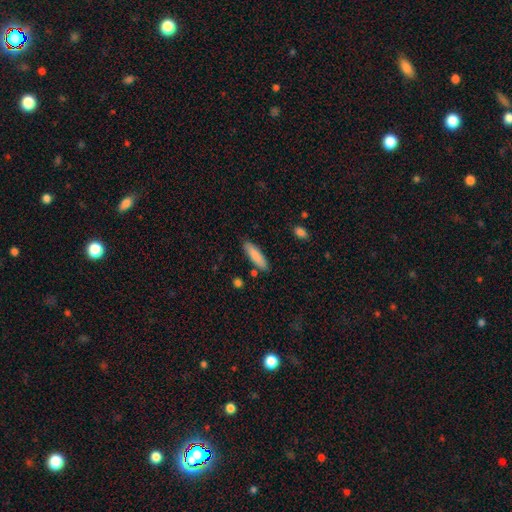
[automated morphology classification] Smooth or featured: smooth — 85% (featured or disk — 9%)
How rounded: cigar-shaped — 68% (in between — 30%)
Merging: none — 85% (minor disturbance — 10%)